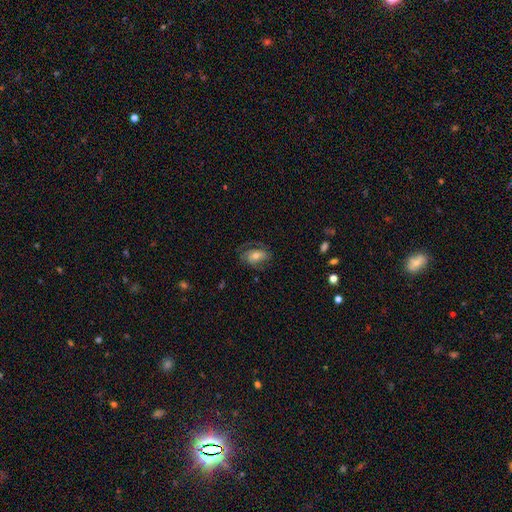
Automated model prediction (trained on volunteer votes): smooth-or-featured: featured or disk: 59% | smooth: 32% | star or artifact: 9%
  disk-edge-on: no: 96% | yes: 4%
    bar: no: 65% | weak: 27% | strong: 8%
    has-spiral-arms: yes: 82% | no: 18%
    bulge-size: moderate: 62% | small: 28% | large: 7% | none: 2% | dominant: 1%
  merging: none: 62% | minor disturbance: 20% | major disturbance: 16% | merger: 1%